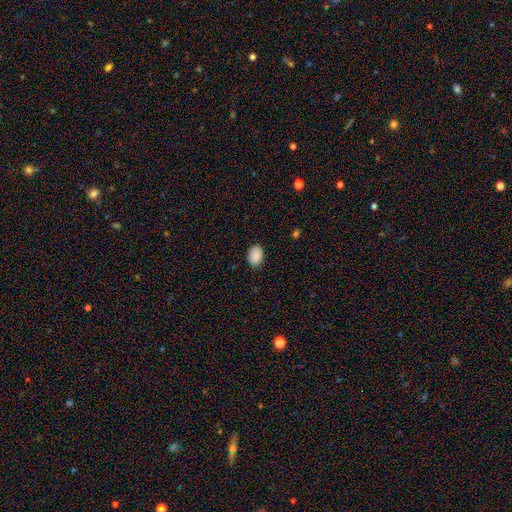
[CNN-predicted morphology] Smooth or featured: smooth — 89% (star or artifact — 7%)
How rounded: in between — 75% (round — 24%)
Merging: none — 85% (minor disturbance — 11%)